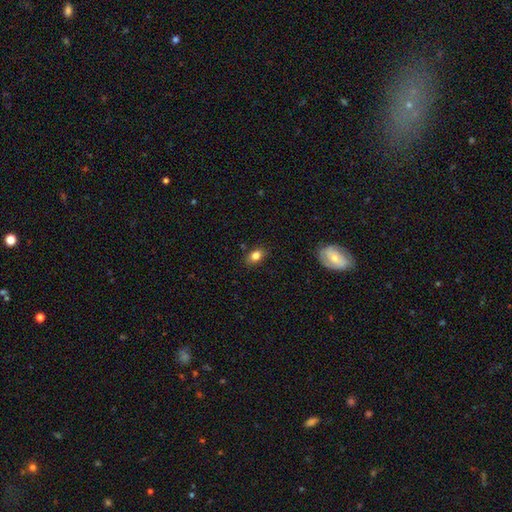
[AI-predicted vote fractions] Smooth or featured: smooth — 83% (star or artifact — 10%)
How rounded: in between — 79% (round — 19%)
Merging: none — 83% (minor disturbance — 12%)